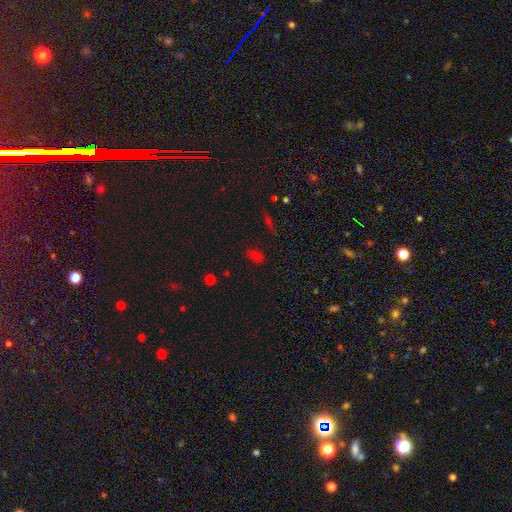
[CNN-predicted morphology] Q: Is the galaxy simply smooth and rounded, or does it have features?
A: smooth — 60%.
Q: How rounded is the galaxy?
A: in between — 80%.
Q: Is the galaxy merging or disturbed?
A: none — 75%.